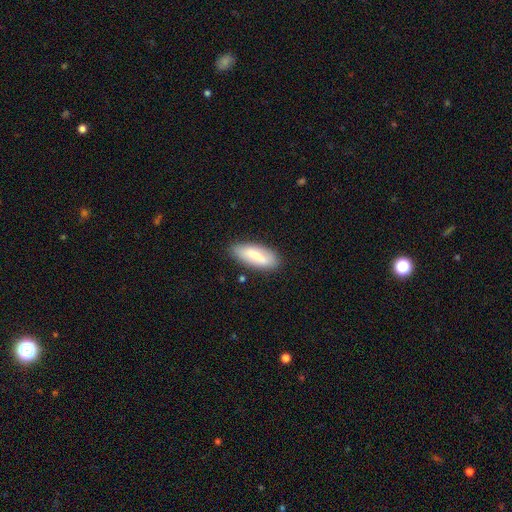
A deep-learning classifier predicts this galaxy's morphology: This is likely a smooth galaxy (66%). How rounded: likely in between (71%). Merging: clearly none (81%).